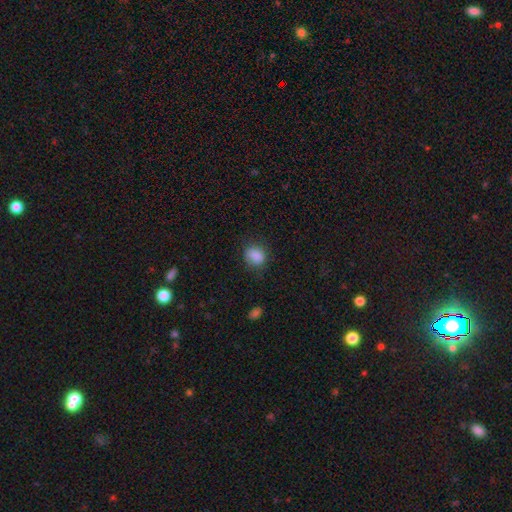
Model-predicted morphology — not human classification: type=smooth (86%); roundness=round (53%); merging=none (75%).